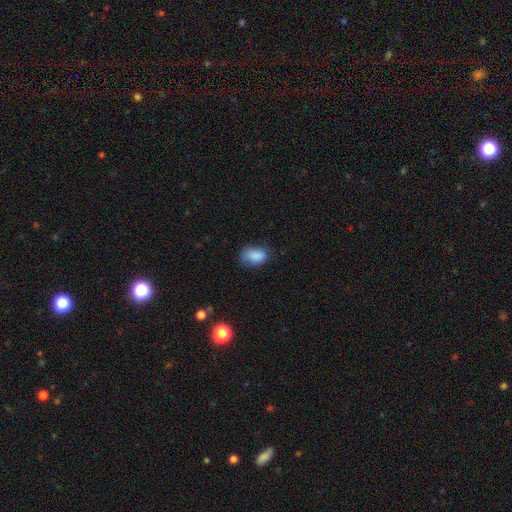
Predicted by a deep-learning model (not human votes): Smooth or featured?
  - smooth: 86% *
  - star or artifact: 8%
  - featured or disk: 6%
How rounded?
  - in between: 82% *
  - round: 17%
  - cigar-shaped: 1%
Merging?
  - none: 63% *
  - minor disturbance: 28%
  - major disturbance: 8%
  - merger: 2%